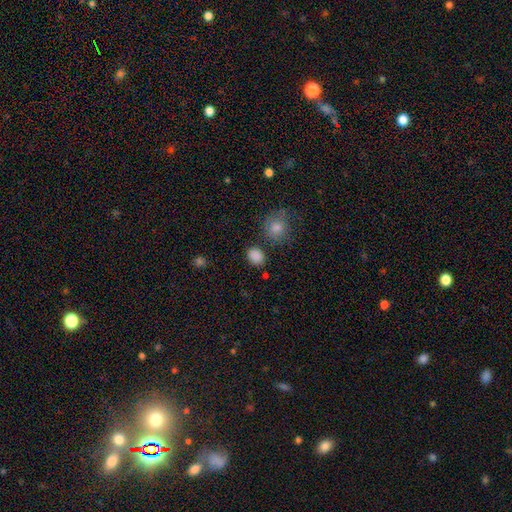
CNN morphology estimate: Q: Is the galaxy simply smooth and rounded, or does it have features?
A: smooth — 86%.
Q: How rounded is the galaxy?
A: in between — 58%.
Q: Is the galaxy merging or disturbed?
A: none — 82%.